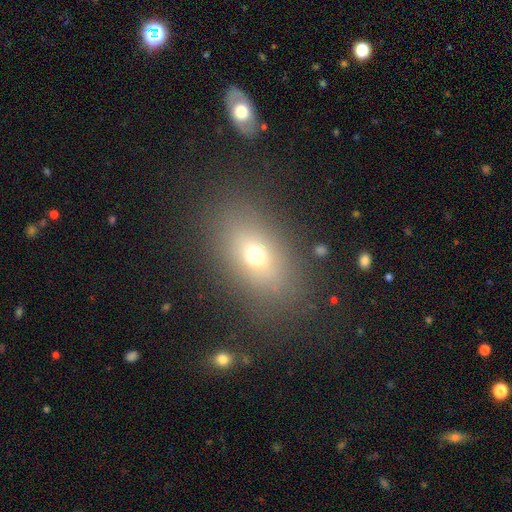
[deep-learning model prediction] Q: Smooth or featured?
A: smooth (66%); runner-up: featured or disk (18%)
Q: How rounded?
A: in between (79%); runner-up: round (17%)
Q: Merging?
A: none (81%); runner-up: minor disturbance (11%)